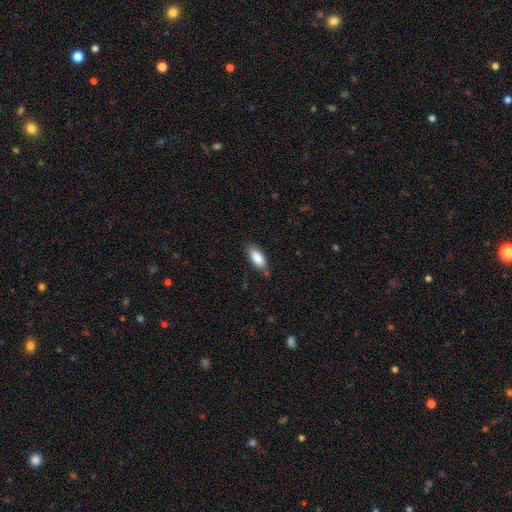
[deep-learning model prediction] smooth_or_featured: smooth (p=0.85) [alt: featured or disk p=0.09]
how_rounded: in between (p=0.85) [alt: cigar-shaped p=0.13]
merging: none (p=0.77) [alt: minor disturbance p=0.18]